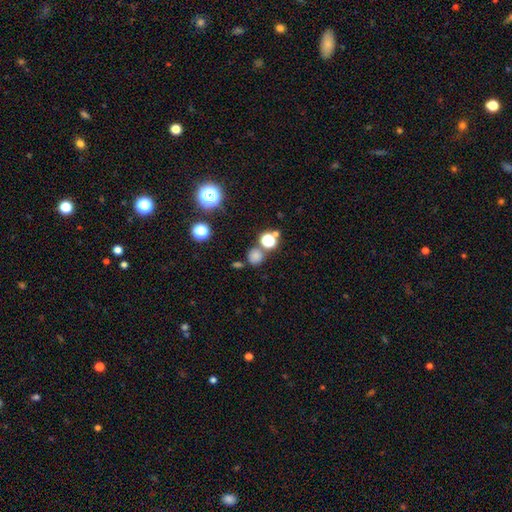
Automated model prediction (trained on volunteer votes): A smooth galaxy with no disk features (71%) that is round (84%). Merging: none (72%).